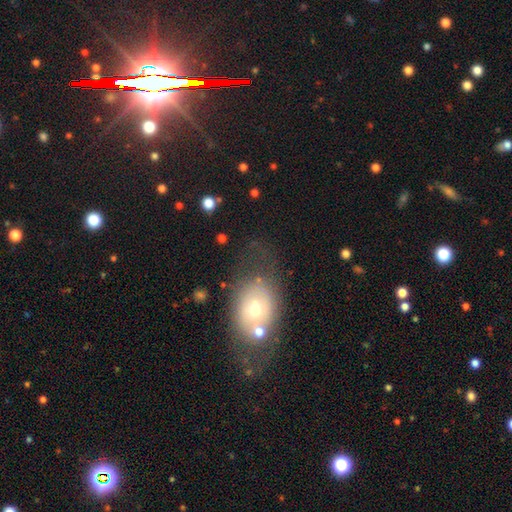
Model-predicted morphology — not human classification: smooth-or-featured: featured or disk: 44% | smooth: 29% | star or artifact: 27%
  merging: none: 61% | minor disturbance: 18% | merger: 12% | major disturbance: 9%